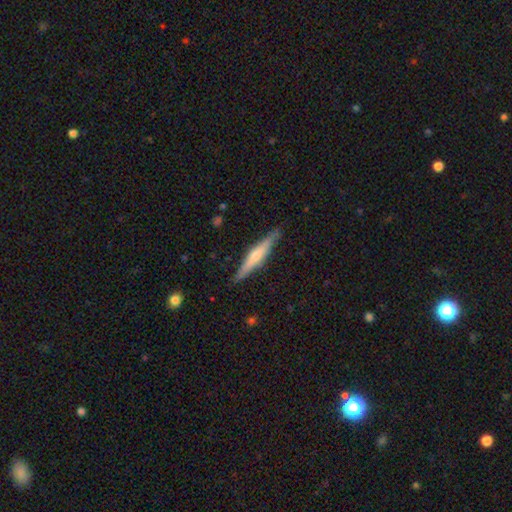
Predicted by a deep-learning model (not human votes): featured or disk 55%, smooth 40%, star or artifact 6%. Down the decision tree: edge-on disk — yes (96%); edge-on bulge — rounded (68%); merging — none (87%).